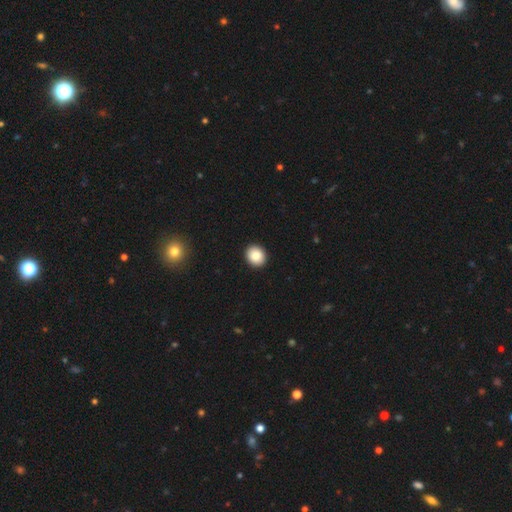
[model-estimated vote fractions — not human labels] Smooth or featured?
  - smooth: 86% *
  - star or artifact: 8%
  - featured or disk: 6%
How rounded?
  - round: 77% *
  - in between: 22%
  - cigar-shaped: 1%
Merging?
  - none: 93% *
  - minor disturbance: 5%
  - major disturbance: 1%
  - merger: 1%